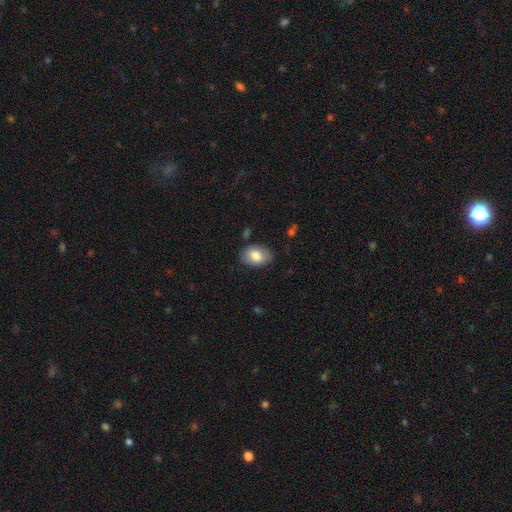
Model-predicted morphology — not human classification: Q: Smooth or featured?
A: smooth (79%); runner-up: featured or disk (14%)
Q: How rounded?
A: in between (85%); runner-up: round (14%)
Q: Merging?
A: none (81%); runner-up: minor disturbance (14%)